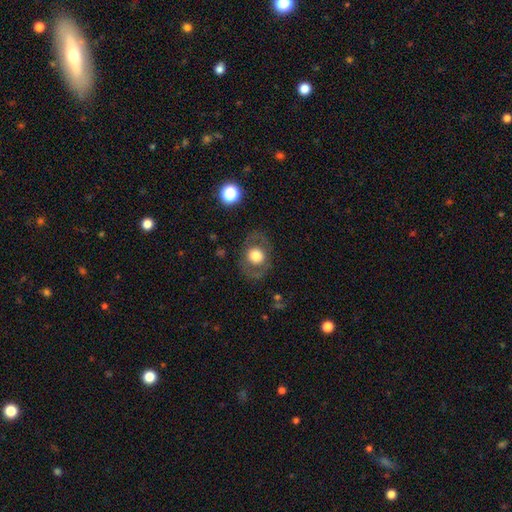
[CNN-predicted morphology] Q: Smooth or featured?
A: smooth (57%); runner-up: featured or disk (35%)
Q: How rounded?
A: round (67%); runner-up: in between (32%)
Q: Merging?
A: none (79%); runner-up: minor disturbance (12%)